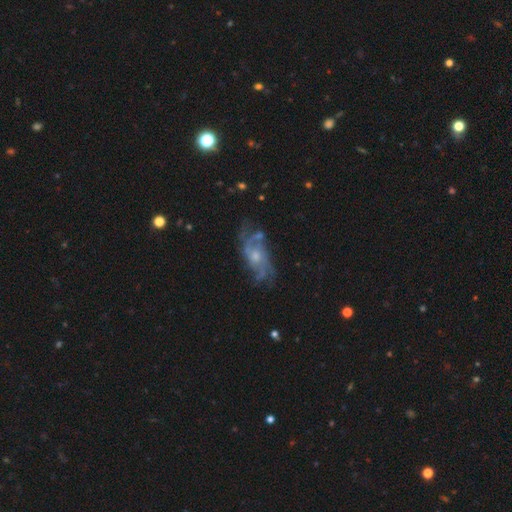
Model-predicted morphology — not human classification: The model was most divided on "spiral arm count": can't tell: 28%, 2: 25%, 3: 22%, 4: 13%, more than 4: 6%, 1: 6%. Remaining: edge-on disk — no (94%); spiral arms — yes (93%); smooth or featured — featured or disk (84%); bar — no (69%); merging — none (63%); bulge size — moderate (50%); spiral winding — medium (45%).